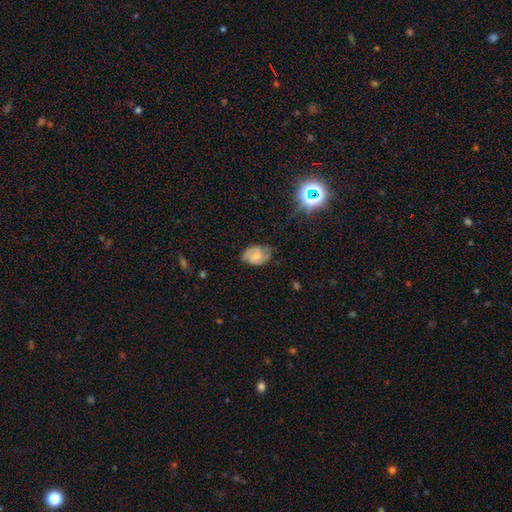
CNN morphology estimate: Smooth or featured?
  - smooth: 49% *
  - featured or disk: 42%
  - star or artifact: 10%
Merging?
  - none: 65% *
  - minor disturbance: 27%
  - major disturbance: 7%
  - merger: 1%